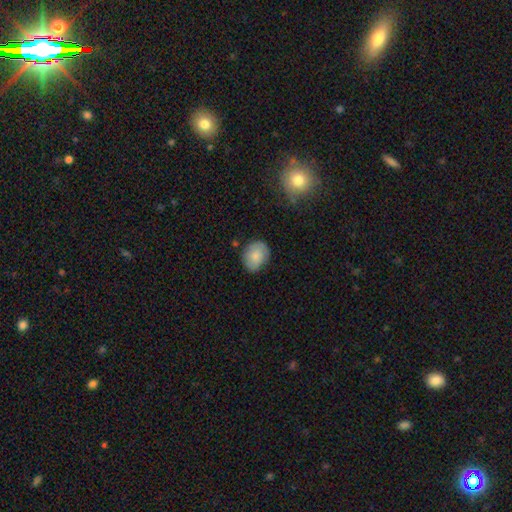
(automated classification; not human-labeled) This is likely a smooth galaxy (79%). How rounded: possibly in between (57%). Merging: likely none (72%).